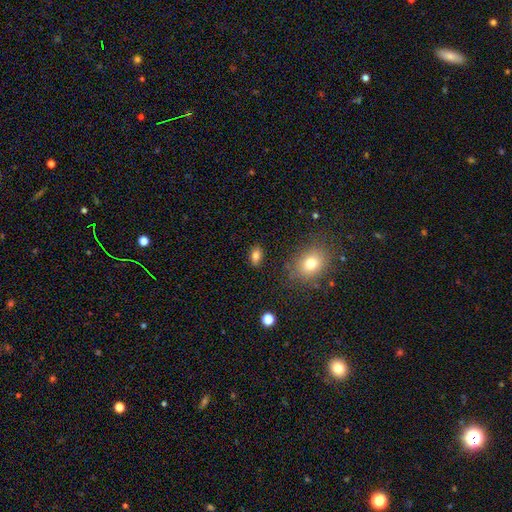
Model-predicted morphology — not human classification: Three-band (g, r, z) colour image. It shows a smooth galaxy with no disk features (79%) that is in between round and cigar-shaped (85%). Merging: none (85%).